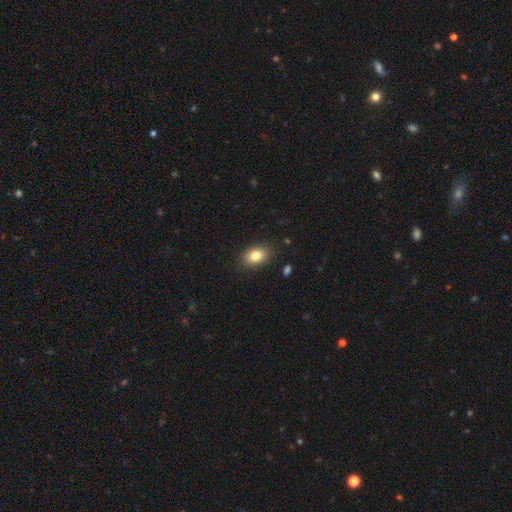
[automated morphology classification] This is clearly a smooth galaxy (83%). How rounded: clearly in between (82%). Merging: clearly none (86%).